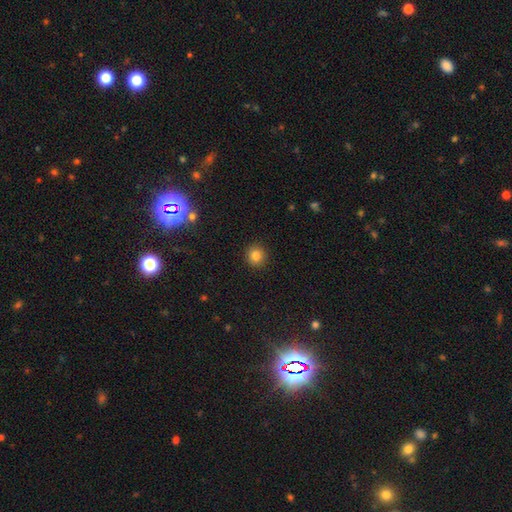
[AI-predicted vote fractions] This is clearly a smooth galaxy (82%). How rounded: clearly round (93%). Merging: clearly none (92%).